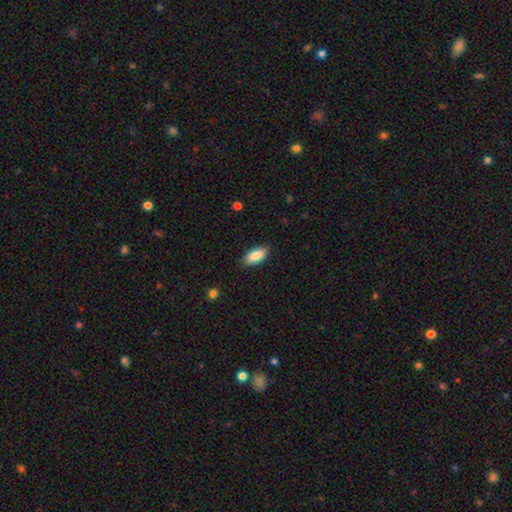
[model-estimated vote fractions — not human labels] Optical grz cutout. It shows a smooth galaxy with no disk features (86%) that is in between round and cigar-shaped (86%). Merging: none (88%).